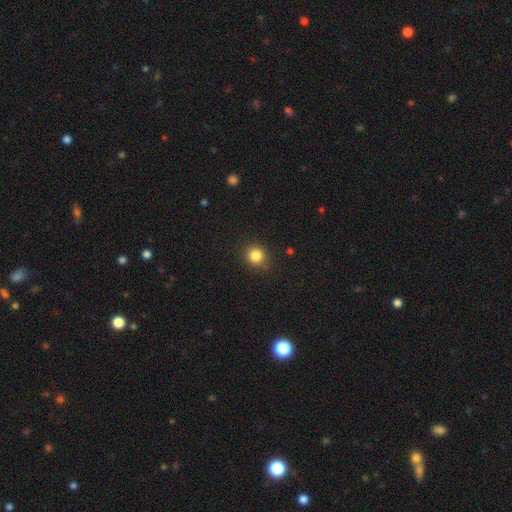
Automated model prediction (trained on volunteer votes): Smooth or featured? smooth (84%)
How rounded? round (87%)
Merging? none (85%)